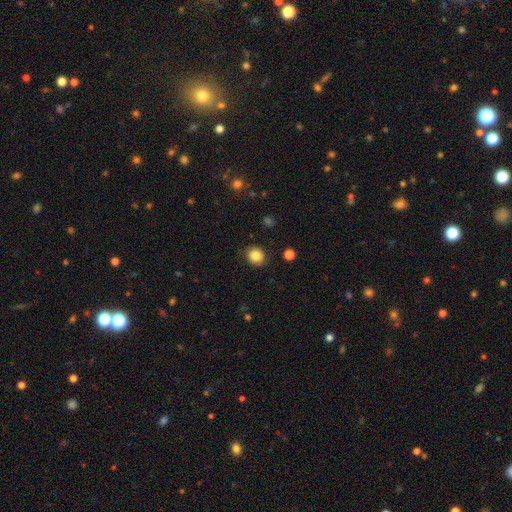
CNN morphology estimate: The model was most divided on "how rounded": round: 81%, in between: 18%, cigar-shaped: 1%. More confident: merging — none (88%); smooth or featured — smooth (85%).